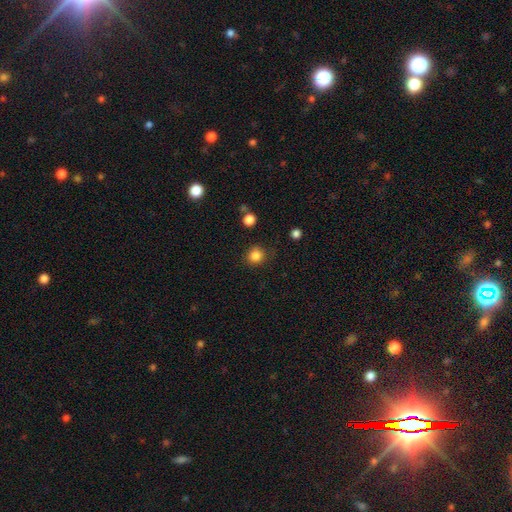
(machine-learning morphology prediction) smooth 85%, star or artifact 11%, featured or disk 4%. Down the decision tree: how rounded — round (89%); merging — none (85%).